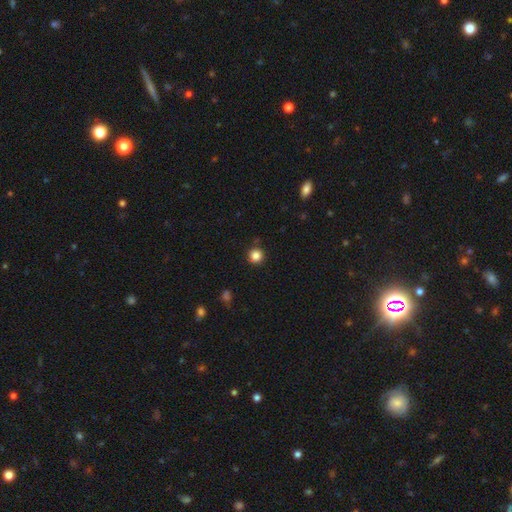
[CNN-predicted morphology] Smooth or featured? smooth (84%)
How rounded? round (95%)
Merging? none (88%)